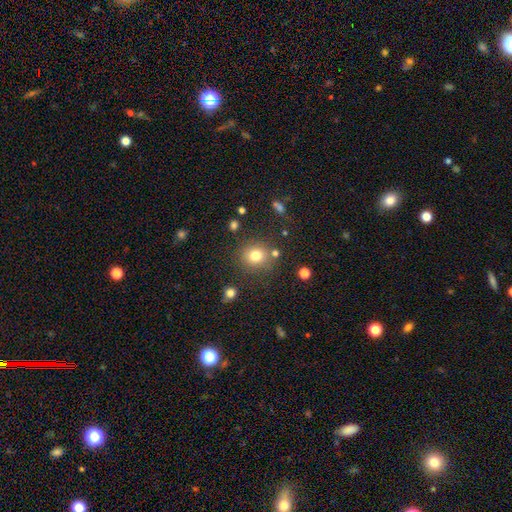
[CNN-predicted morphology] smooth 79%, star or artifact 14%, featured or disk 8%. Down the decision tree: how rounded — round (88%); merging — none (80%).